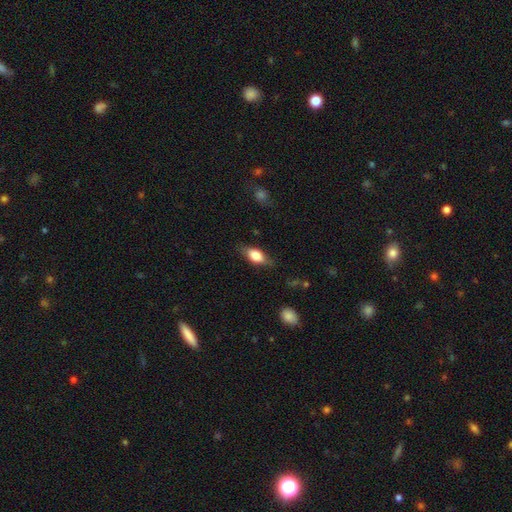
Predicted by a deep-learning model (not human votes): smooth 73%, featured or disk 20%, star or artifact 7%. Down the decision tree: how rounded — in between (83%); merging — none (75%).